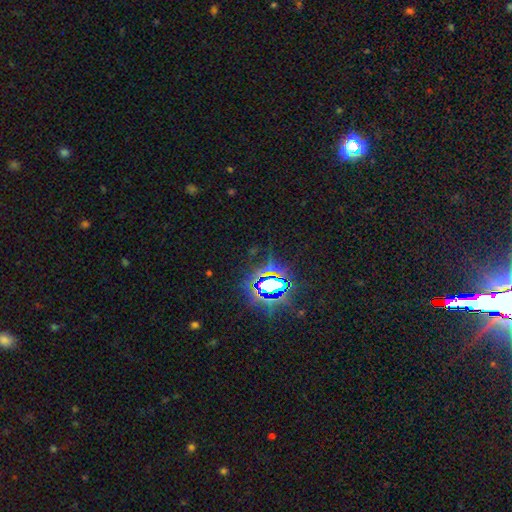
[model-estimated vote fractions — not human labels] The model was most divided on "smooth or featured": star or artifact: 84%, smooth: 9%, featured or disk: 7%.